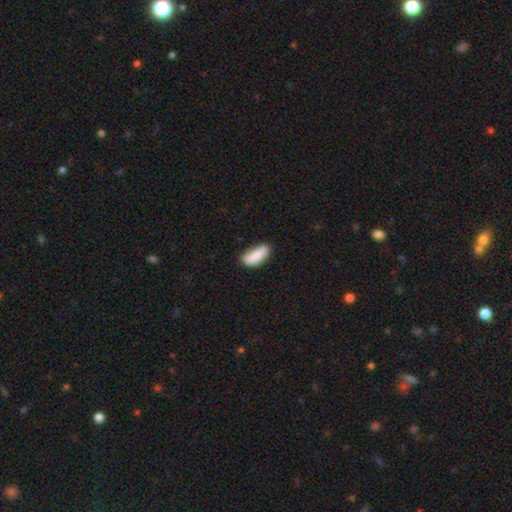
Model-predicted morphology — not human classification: A smooth galaxy with no disk features (83%) that is in between round and cigar-shaped (71%). Merging: none (65%).